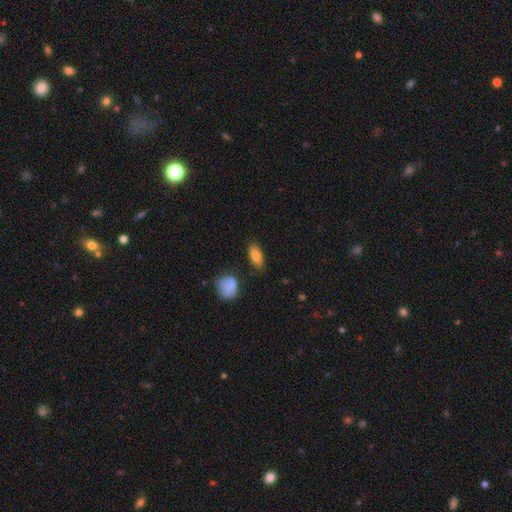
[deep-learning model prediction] A smooth galaxy with no disk features (80%) that is in between round and cigar-shaped (86%). Merging: none (82%).